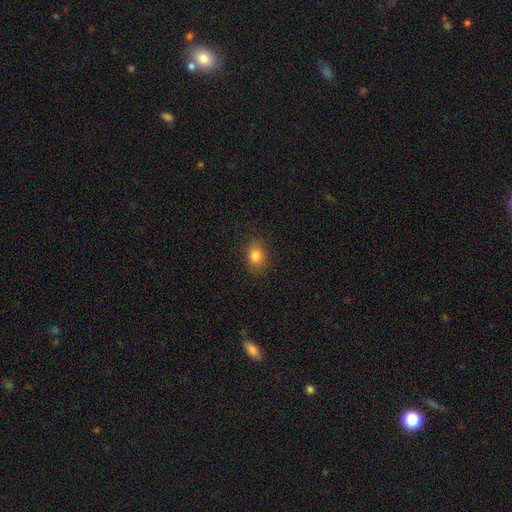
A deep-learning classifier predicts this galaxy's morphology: type=smooth (82%); roundness=in between (53%); merging=none (86%).